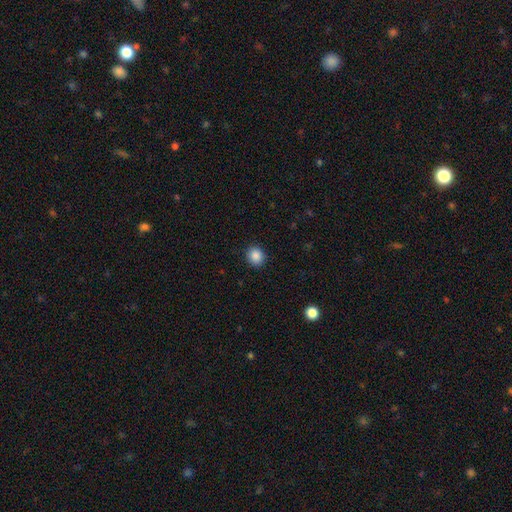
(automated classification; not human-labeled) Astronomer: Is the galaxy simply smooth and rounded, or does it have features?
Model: smooth — 87%.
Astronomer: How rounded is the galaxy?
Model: round — 79%.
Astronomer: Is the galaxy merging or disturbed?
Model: none — 90%.